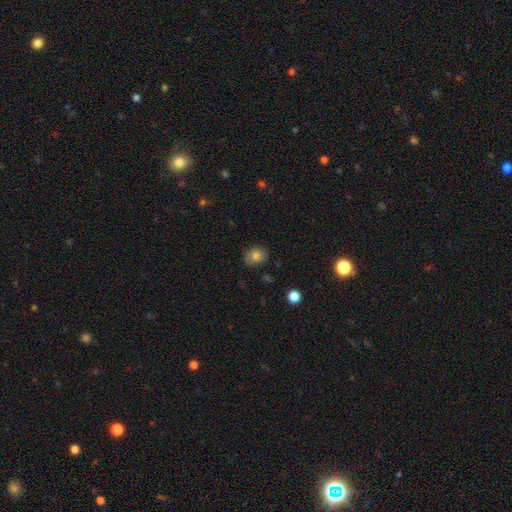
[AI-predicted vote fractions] Overall: smooth (76%). How rounded: round (61%; in between 38%). Merging: none (78%).